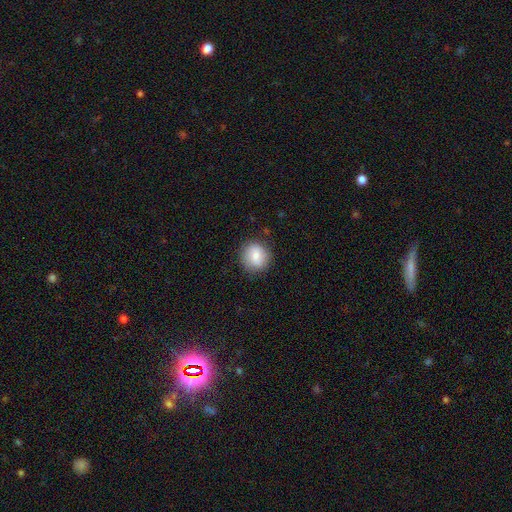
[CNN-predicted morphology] The model was most divided on "smooth or featured": smooth: 80%, featured or disk: 12%, star or artifact: 8%. More confident: how rounded — round (89%); merging — none (85%).